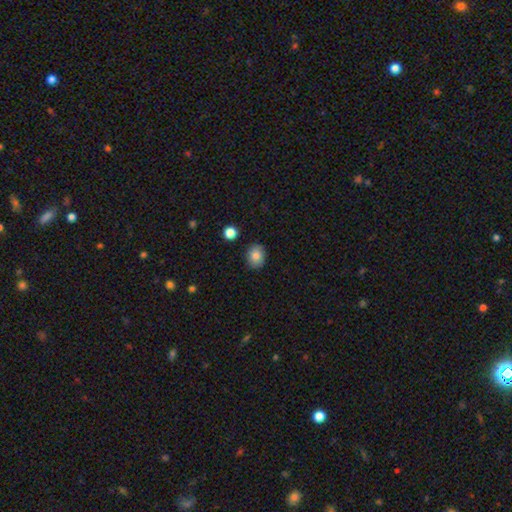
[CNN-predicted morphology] smooth-or-featured: smooth: 83% | star or artifact: 9% | featured or disk: 8%
  how-rounded: round: 53% | in between: 46% | cigar-shaped: 1%
  merging: none: 87% | minor disturbance: 9% | major disturbance: 2% | merger: 2%